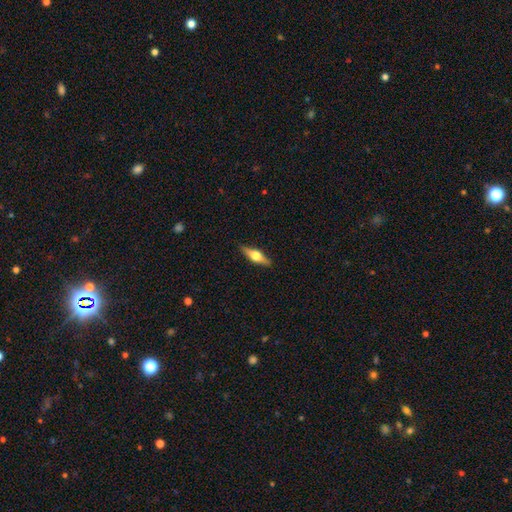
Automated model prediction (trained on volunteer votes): The model was most divided on "smooth or featured": featured or disk: 66%, smooth: 28%, star or artifact: 6%. More confident: edge-on disk — yes (96%); edge-on bulge — rounded (95%); merging — none (90%).